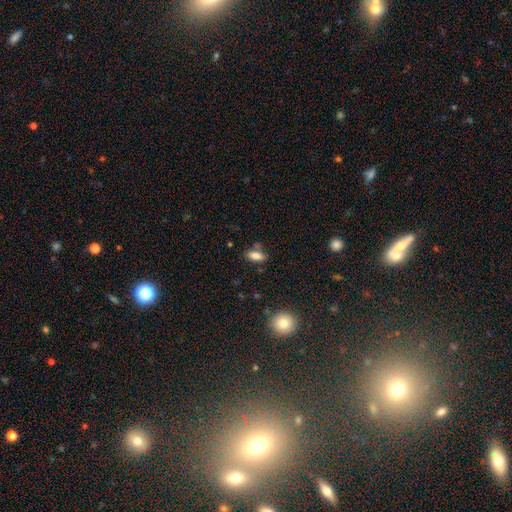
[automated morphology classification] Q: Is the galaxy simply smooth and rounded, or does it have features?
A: smooth — 82%.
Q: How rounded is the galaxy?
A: in between — 85%.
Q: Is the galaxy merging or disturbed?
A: none — 71%.